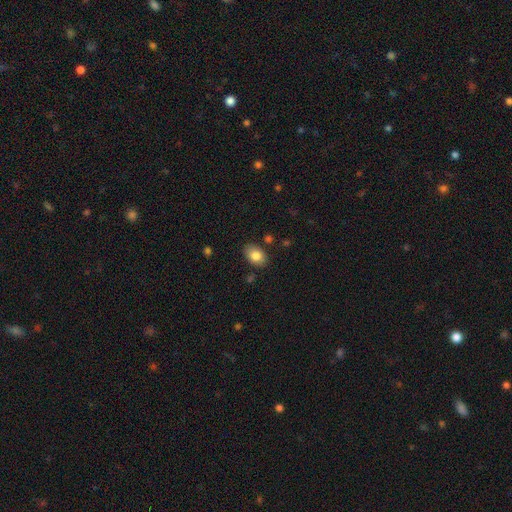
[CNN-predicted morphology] A smooth galaxy with no disk features (84%) that is in between round and cigar-shaped (83%). Merging: none (83%).